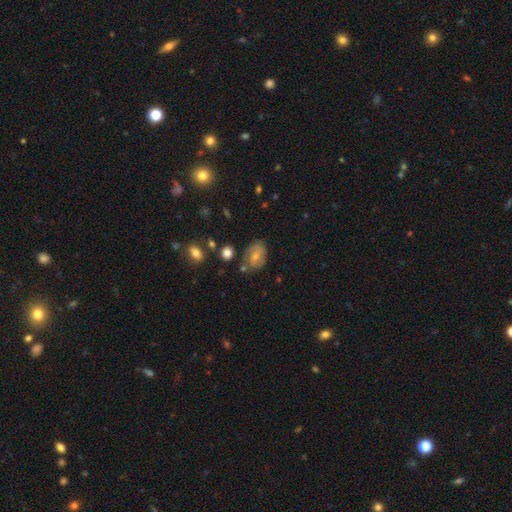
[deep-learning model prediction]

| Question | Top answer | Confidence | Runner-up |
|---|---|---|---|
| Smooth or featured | smooth | 55% | featured or disk (36%) |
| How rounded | in between | 80% | round (18%) |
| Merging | none | 65% | minor disturbance (23%) |